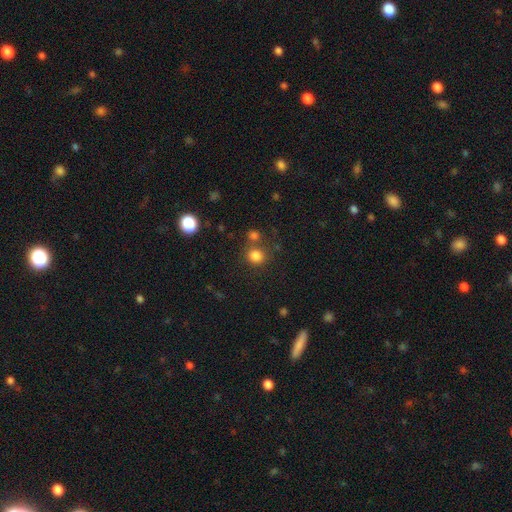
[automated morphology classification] A smooth galaxy with no disk features (81%) that is round (85%). Merging: none (70%).